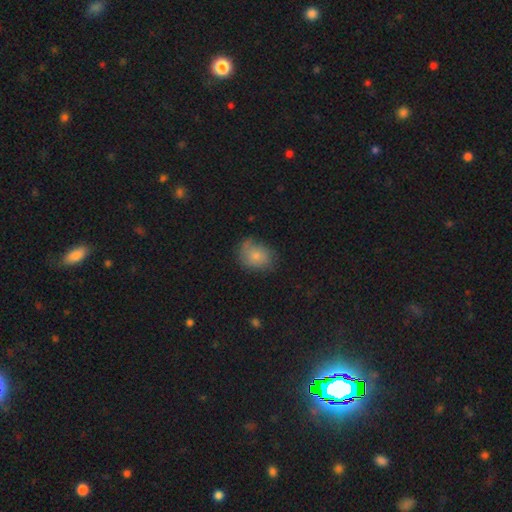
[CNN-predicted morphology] The model was most divided on "how rounded": in between: 54%, round: 45%, cigar-shaped: 1%. More confident: smooth or featured — smooth (74%); merging — none (56%).